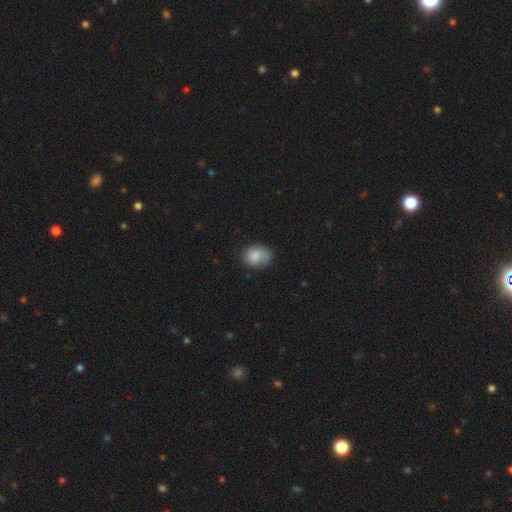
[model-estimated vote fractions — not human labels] Smooth or featured: smooth — 73% (featured or disk — 19%)
How rounded: round — 50% (in between — 49%)
Merging: none — 56% (minor disturbance — 28%)